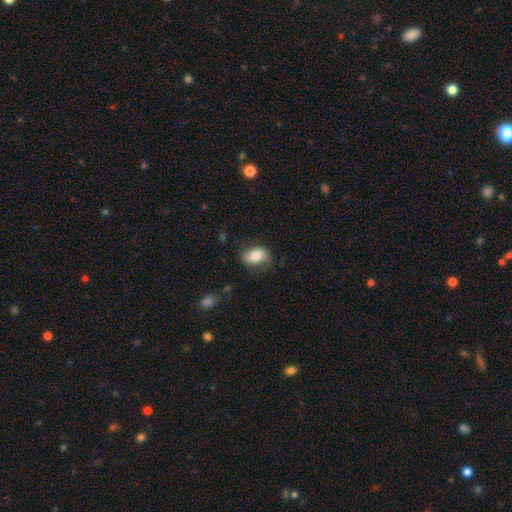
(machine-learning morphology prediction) Smooth or featured: smooth — 80% (featured or disk — 12%)
How rounded: in between — 86% (round — 13%)
Merging: none — 74% (minor disturbance — 20%)